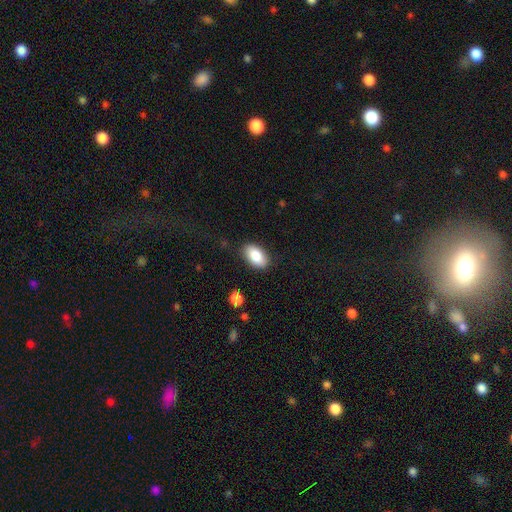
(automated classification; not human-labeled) Morphology: type=smooth (86%); roundness=in between (93%); merging=none (85%).